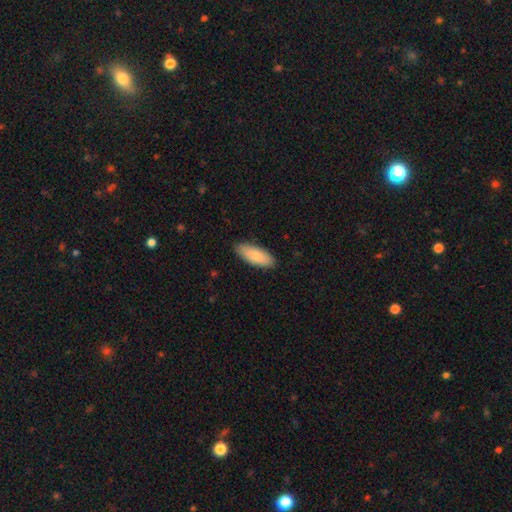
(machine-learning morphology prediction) Smooth or featured?
  - smooth: 85% *
  - featured or disk: 10%
  - star or artifact: 5%
How rounded?
  - in between: 78% *
  - cigar-shaped: 20%
  - round: 2%
Merging?
  - none: 87% *
  - minor disturbance: 11%
  - major disturbance: 2%
  - merger: 1%